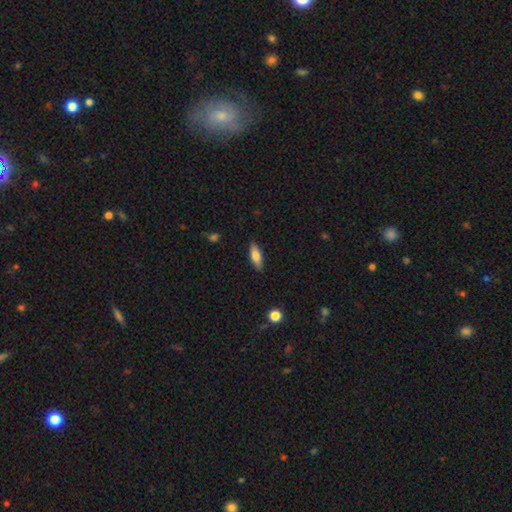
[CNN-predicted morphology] Q: Smooth or featured?
A: smooth (74%); runner-up: featured or disk (20%)
Q: How rounded?
A: in between (66%); runner-up: cigar-shaped (32%)
Q: Merging?
A: none (87%); runner-up: minor disturbance (10%)